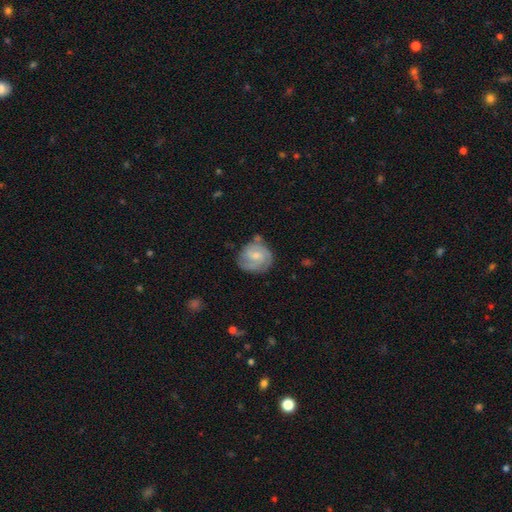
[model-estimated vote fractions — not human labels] Smooth or featured? Predicted: featured or disk (p=0.62). Edge-on disk? Predicted: no (p=0.98). Bar? Predicted: weak (p=0.49). Spiral arms? Predicted: yes (p=0.88). Spiral winding? Predicted: tight (p=0.50). Spiral arm count? Predicted: 2 (p=0.46). Bulge size? Predicted: small (p=0.45). Merging? Predicted: none (p=0.64).